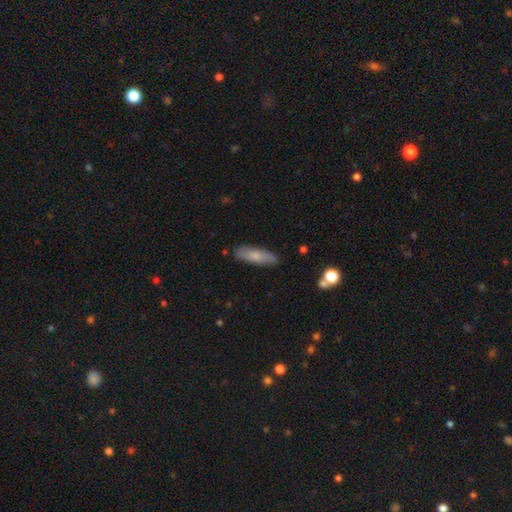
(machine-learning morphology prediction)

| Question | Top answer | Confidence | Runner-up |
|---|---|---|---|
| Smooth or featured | smooth | 74% | featured or disk (20%) |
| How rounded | cigar-shaped | 58% | in between (40%) |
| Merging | none | 83% | minor disturbance (13%) |